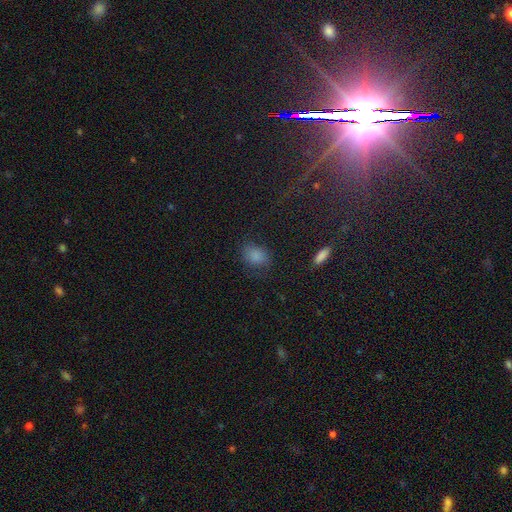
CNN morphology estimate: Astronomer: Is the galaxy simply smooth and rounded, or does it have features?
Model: smooth — 79%.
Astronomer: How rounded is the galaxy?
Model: in between — 63%.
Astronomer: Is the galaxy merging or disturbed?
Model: none — 70%.